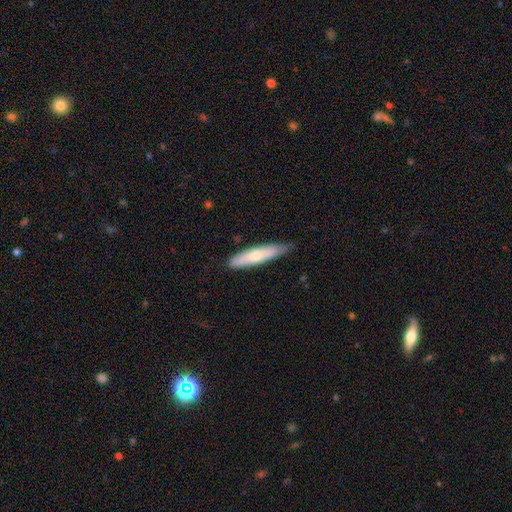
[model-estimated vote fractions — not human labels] Morphology: type=smooth (64%); roundness=cigar-shaped (82%); merging=none (74%).